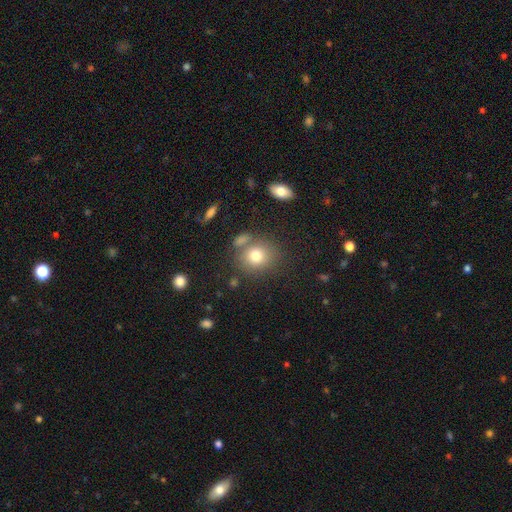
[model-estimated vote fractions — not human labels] The model was most divided on "how rounded": round: 71%, in between: 28%, cigar-shaped: 1%. More confident: smooth or featured — smooth (77%); merging — none (69%).